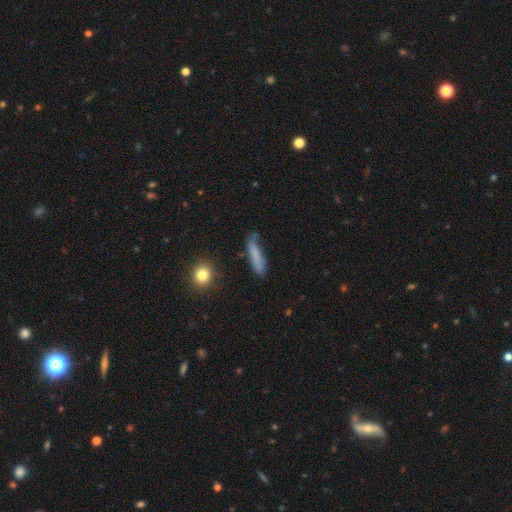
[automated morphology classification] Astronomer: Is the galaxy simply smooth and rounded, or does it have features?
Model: smooth — 72%.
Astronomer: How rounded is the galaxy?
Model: cigar-shaped — 82%.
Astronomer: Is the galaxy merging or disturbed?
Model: none — 62%.